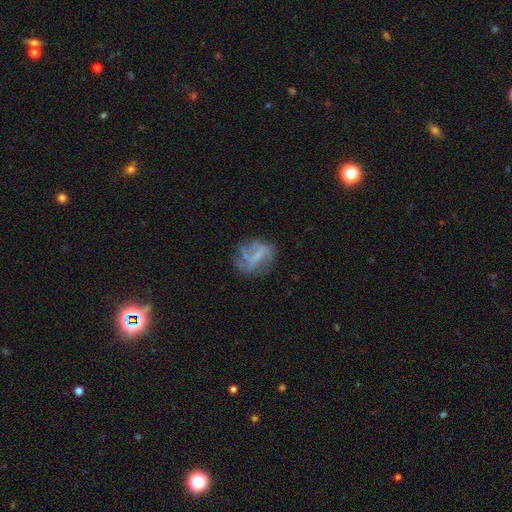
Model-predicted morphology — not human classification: A featured or disk galaxy (62%) with a weak bar (42%), spiral arms (65%) and no central bulge (53%). Merging: none (54%).